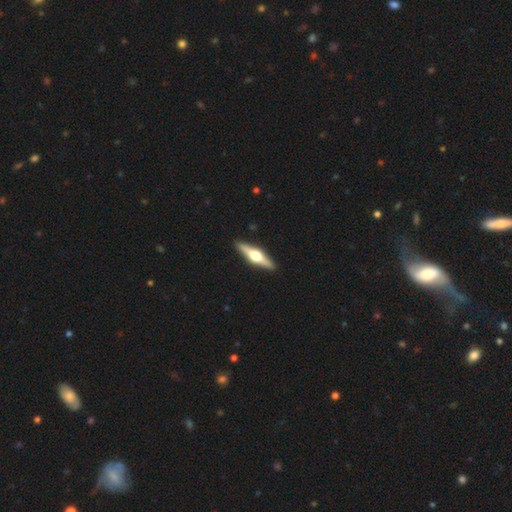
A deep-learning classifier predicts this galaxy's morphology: Smooth or featured: featured or disk — 71% (smooth — 24%)
Edge-on disk: yes — 97% (no — 3%)
Edge-on bulge: rounded — 95% (boxy — 3%)
Merging: none — 92% (minor disturbance — 6%)